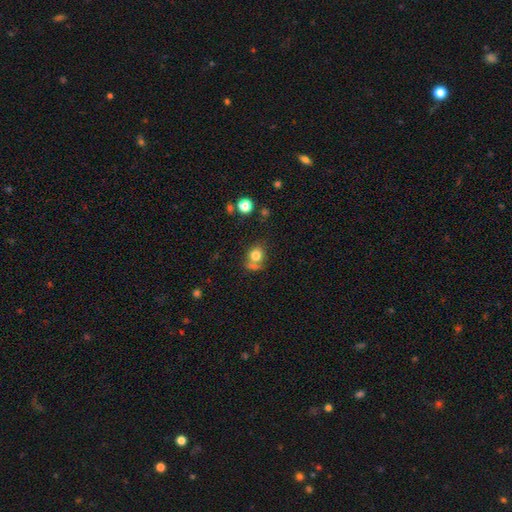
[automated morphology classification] smooth-or-featured: smooth: 79% | star or artifact: 12% | featured or disk: 10%
  how-rounded: round: 75% | in between: 24% | cigar-shaped: 1%
  merging: none: 53% | merger: 20% | minor disturbance: 18% | major disturbance: 9%